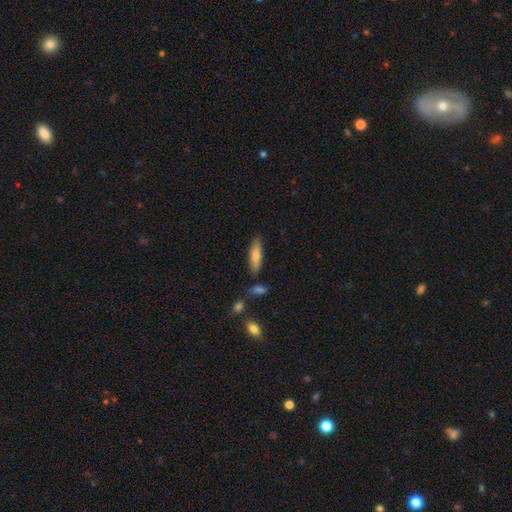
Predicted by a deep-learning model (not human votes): Morphology: type=smooth (78%); roundness=cigar-shaped (63%); merging=none (78%).